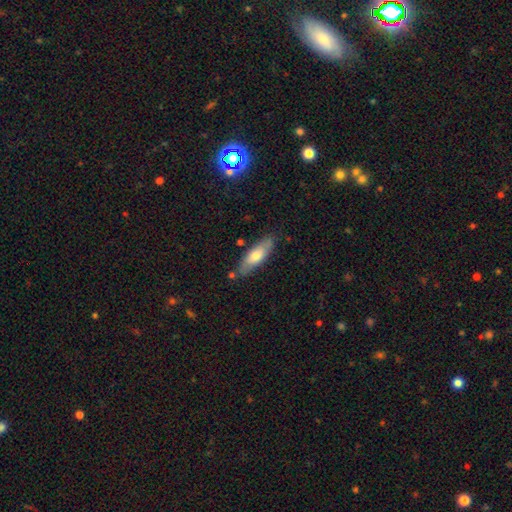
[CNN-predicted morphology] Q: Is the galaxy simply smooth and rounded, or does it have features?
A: smooth — 66%.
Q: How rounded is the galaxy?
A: in between — 53%.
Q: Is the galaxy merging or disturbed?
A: none — 78%.